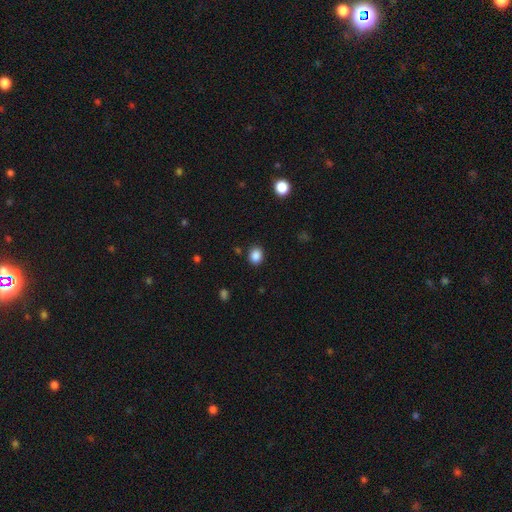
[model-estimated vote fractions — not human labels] Morphology: type=smooth (87%); roundness=round (57%); merging=none (88%).